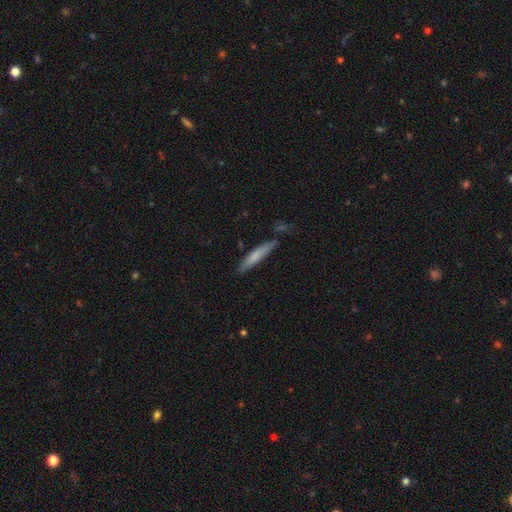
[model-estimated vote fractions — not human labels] Q: Smooth or featured?
A: smooth (69%); runner-up: featured or disk (25%)
Q: How rounded?
A: cigar-shaped (90%); runner-up: in between (9%)
Q: Merging?
A: none (77%); runner-up: minor disturbance (16%)